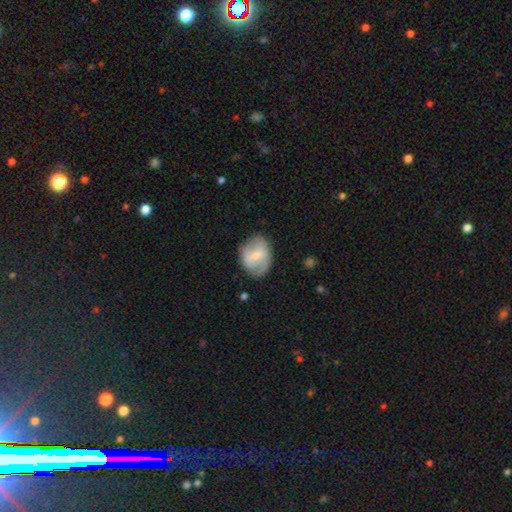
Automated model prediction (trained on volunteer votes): Smooth or featured: featured or disk — 53% (smooth — 41%)
Edge-on disk: no — 97% (yes — 3%)
Bar: weak — 50% (no — 30%)
Spiral arms: yes — 74% (no — 26%)
Bulge size: small — 57% (moderate — 33%)
Merging: none — 70% (minor disturbance — 21%)